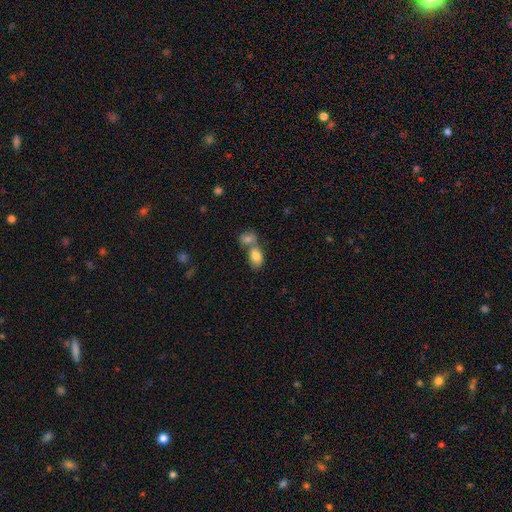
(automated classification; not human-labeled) Q: Smooth or featured?
A: smooth (82%); runner-up: featured or disk (10%)
Q: How rounded?
A: in between (85%); runner-up: round (13%)
Q: Merging?
A: merger (55%); runner-up: none (33%)